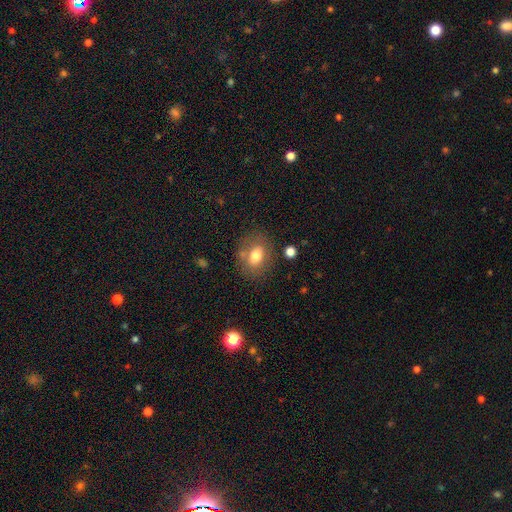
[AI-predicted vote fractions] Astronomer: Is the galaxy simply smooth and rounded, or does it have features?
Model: smooth — 73%.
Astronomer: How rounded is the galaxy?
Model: in between — 62%.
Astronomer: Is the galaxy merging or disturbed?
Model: none — 74%.